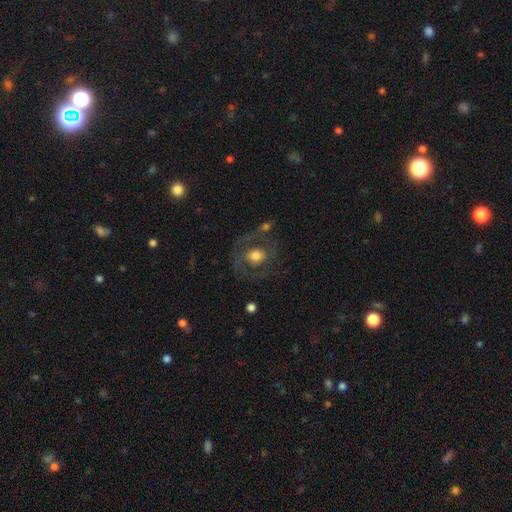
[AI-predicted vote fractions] A smooth galaxy with no disk features (46%). Merging: none (61%).